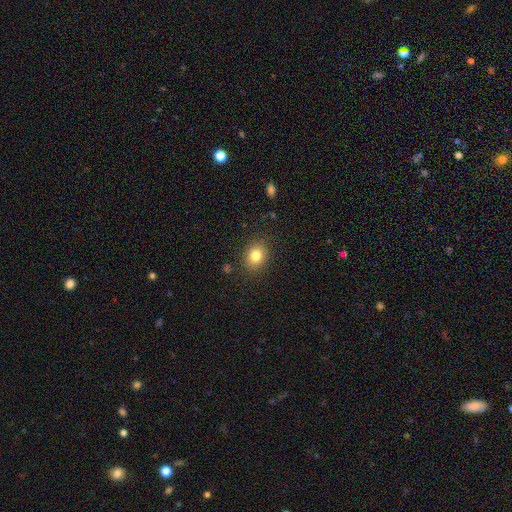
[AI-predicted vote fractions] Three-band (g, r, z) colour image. It shows a smooth galaxy with no disk features (82%) that is round (55%). Merging: none (87%).